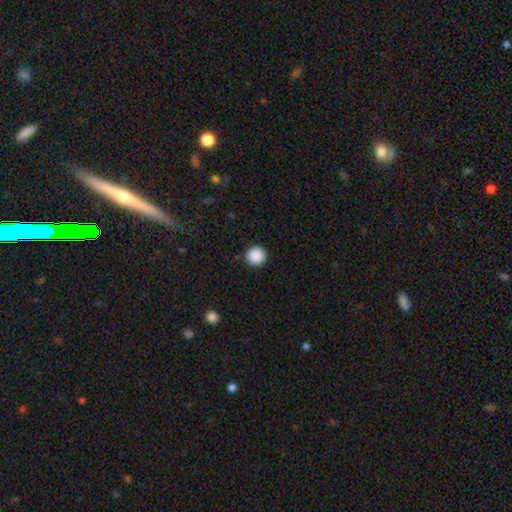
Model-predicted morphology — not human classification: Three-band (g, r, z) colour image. It shows a smooth galaxy with no disk features (89%) that is round (96%). Merging: none (92%).